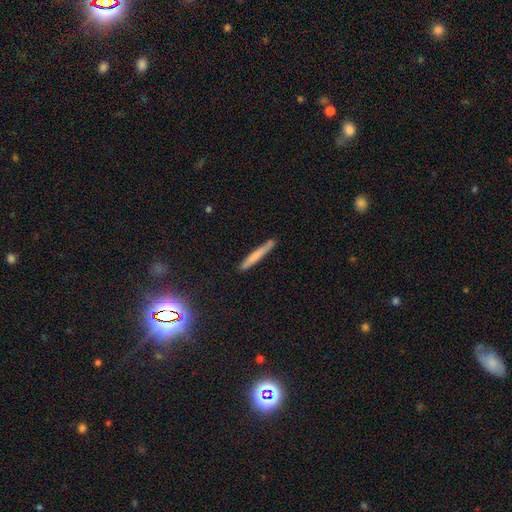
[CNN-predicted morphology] This appears to be a smooth galaxy with no disk features (65%) that is cigar-shaped (96%). Merging: none (86%).